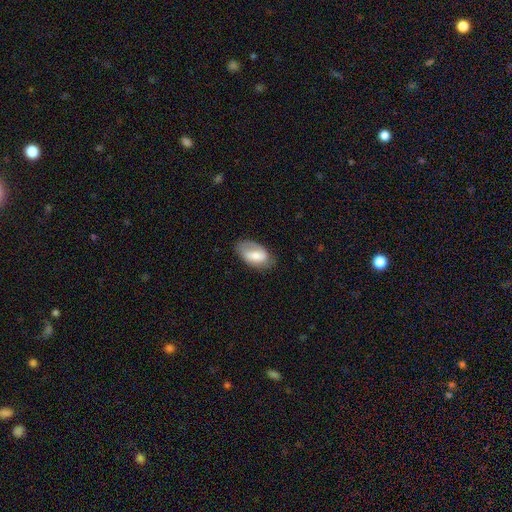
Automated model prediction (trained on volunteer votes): A smooth galaxy with no disk features (60%) that is in between round and cigar-shaped (93%). Merging: none (65%).